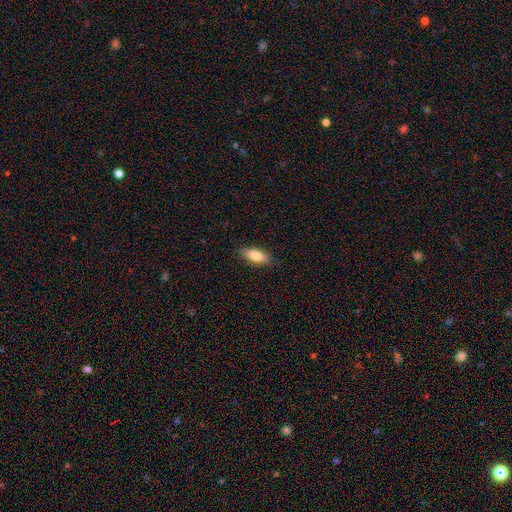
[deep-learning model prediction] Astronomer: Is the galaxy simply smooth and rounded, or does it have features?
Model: smooth — 79%.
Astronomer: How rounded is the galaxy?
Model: in between — 76%.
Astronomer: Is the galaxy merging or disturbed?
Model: none — 86%.